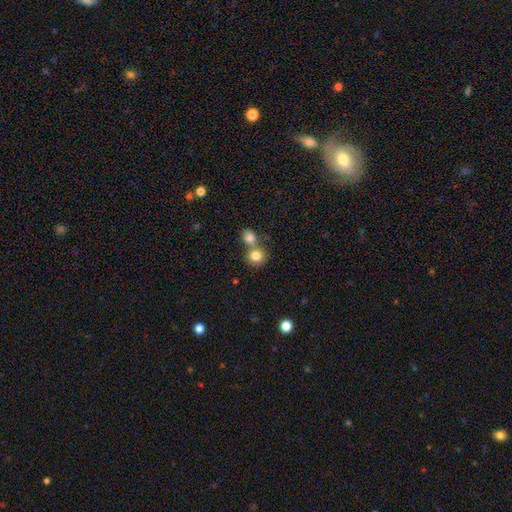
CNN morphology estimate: smooth 81%, star or artifact 10%, featured or disk 9%. Down the decision tree: how rounded — round (84%); merging — merger (49%).